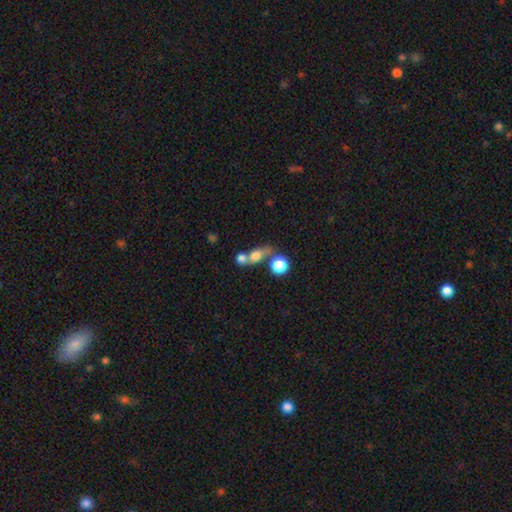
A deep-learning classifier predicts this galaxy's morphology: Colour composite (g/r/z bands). It shows a smooth galaxy with no disk features (70%) that is round (50%). Merging: merger (51%).